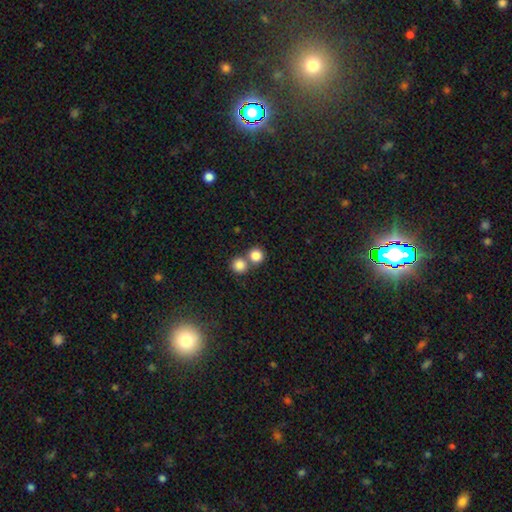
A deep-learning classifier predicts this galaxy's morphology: smooth_or_featured: smooth (p=0.83) [alt: star or artifact p=0.11]
how_rounded: round (p=0.91) [alt: in between p=0.08]
merging: none (p=0.55) [alt: merger p=0.37]